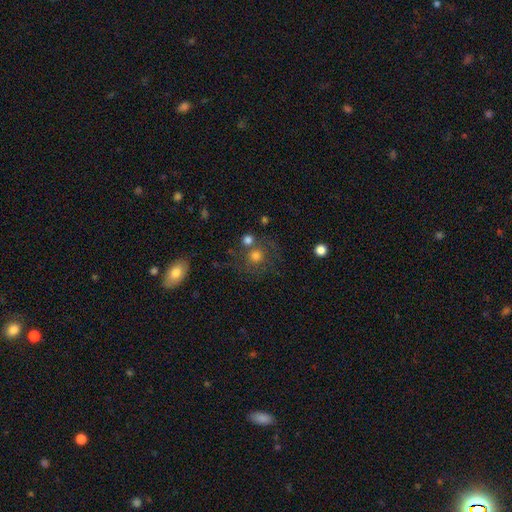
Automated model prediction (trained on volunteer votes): Overall: smooth (68%). How rounded: round (88%). Merging: none (59%; merger 20%).